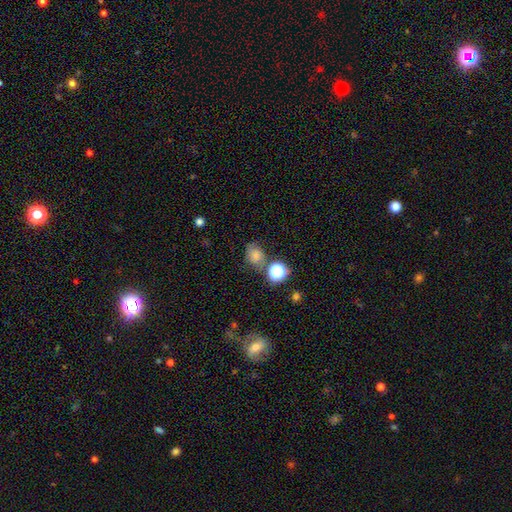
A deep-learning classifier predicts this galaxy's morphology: type=smooth (68%); roundness=round (51%); merging=none (60%).